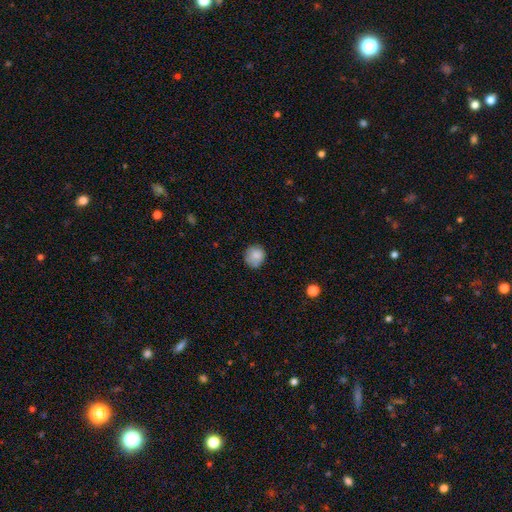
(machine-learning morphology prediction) type=smooth (85%); roundness=round (84%); merging=none (77%).